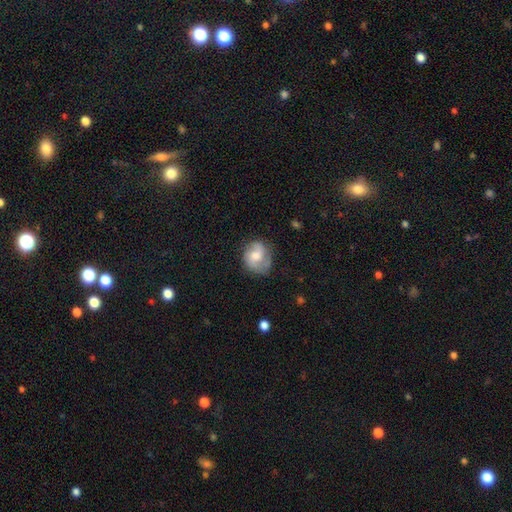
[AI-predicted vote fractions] Smooth or featured? featured or disk (48%)
Merging? none (62%)